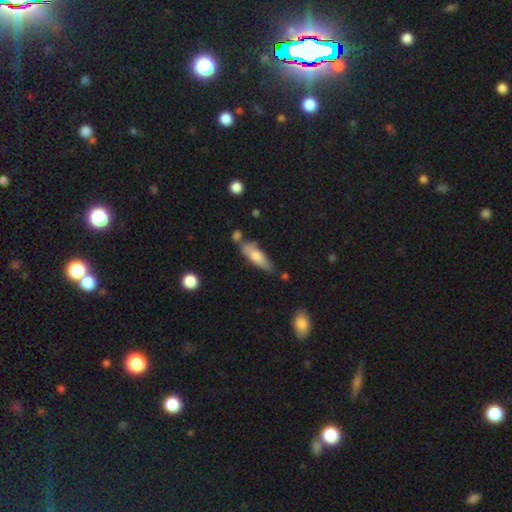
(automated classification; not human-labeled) Q: Smooth or featured?
A: smooth (68%); runner-up: featured or disk (25%)
Q: How rounded?
A: cigar-shaped (54%); runner-up: in between (44%)
Q: Merging?
A: none (65%); runner-up: minor disturbance (19%)